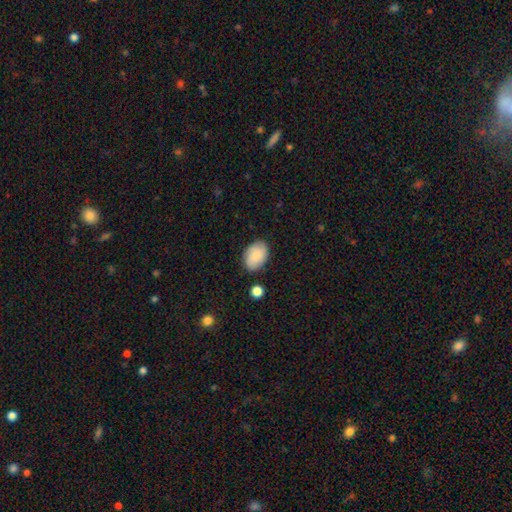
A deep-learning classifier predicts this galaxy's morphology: The model was most divided on "smooth or featured": smooth: 76%, featured or disk: 16%, star or artifact: 7%. More confident: how rounded — in between (82%); merging — none (79%).